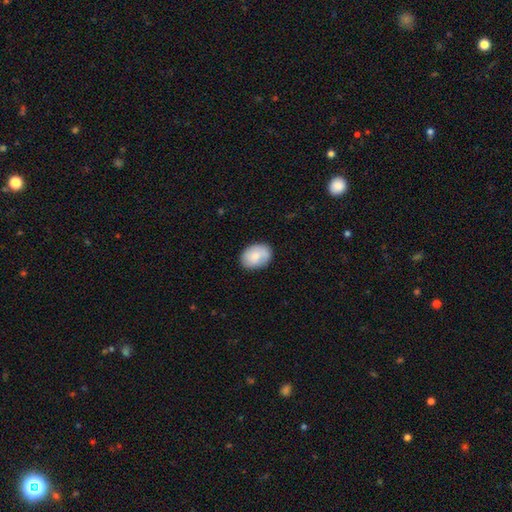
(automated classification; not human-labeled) Smooth or featured?
  - smooth: 78% *
  - featured or disk: 15%
  - star or artifact: 7%
How rounded?
  - in between: 74% *
  - round: 25%
  - cigar-shaped: 1%
Merging?
  - none: 80% *
  - minor disturbance: 15%
  - major disturbance: 3%
  - merger: 1%